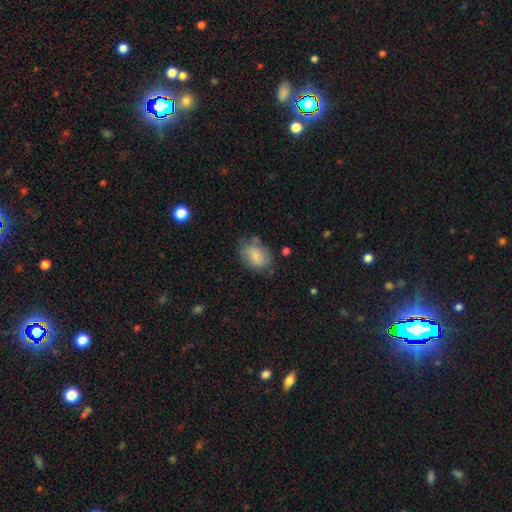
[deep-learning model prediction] Smooth or featured? smooth (78%)
How rounded? in between (75%)
Merging? none (59%)